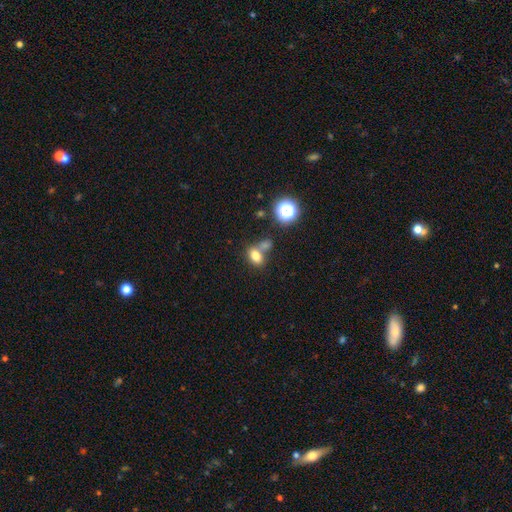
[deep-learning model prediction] Morphology: type=smooth (76%); roundness=in between (72%); merging=none (47%).